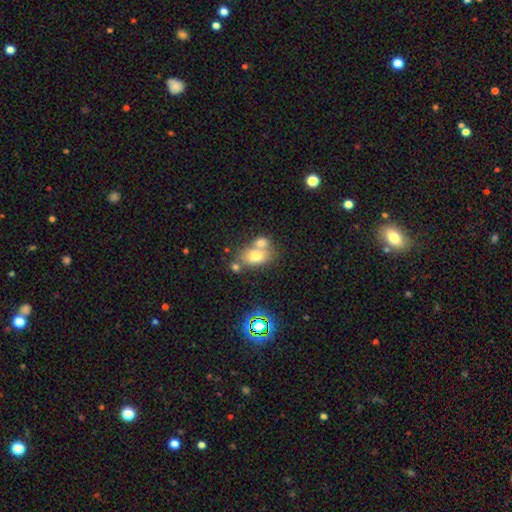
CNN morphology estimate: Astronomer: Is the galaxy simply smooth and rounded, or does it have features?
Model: smooth — 70%.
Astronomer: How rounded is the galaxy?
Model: in between — 69%.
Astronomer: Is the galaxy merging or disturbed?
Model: merger — 47% (runner-up: none, 38%).